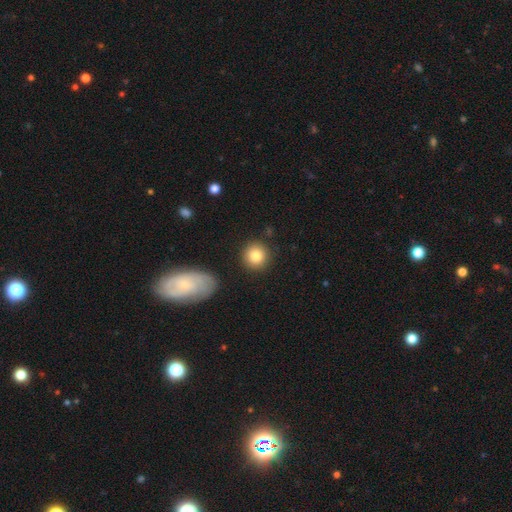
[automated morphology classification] A smooth galaxy with no disk features (85%) that is round (92%). Merging: none (88%).